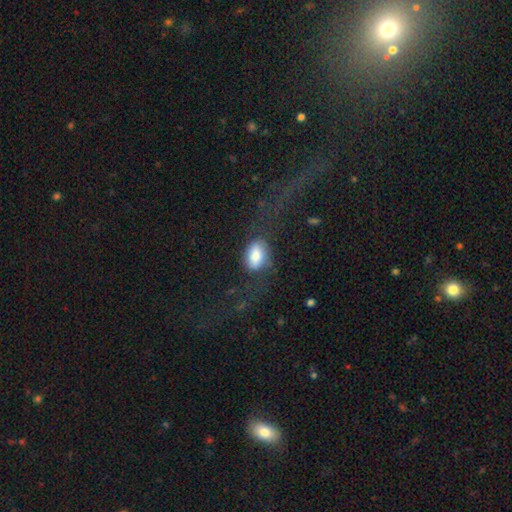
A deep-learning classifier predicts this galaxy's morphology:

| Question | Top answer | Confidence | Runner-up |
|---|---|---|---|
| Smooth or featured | smooth | 79% | featured or disk (13%) |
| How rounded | in between | 87% | round (11%) |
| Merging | none | 59% | major disturbance (20%) |